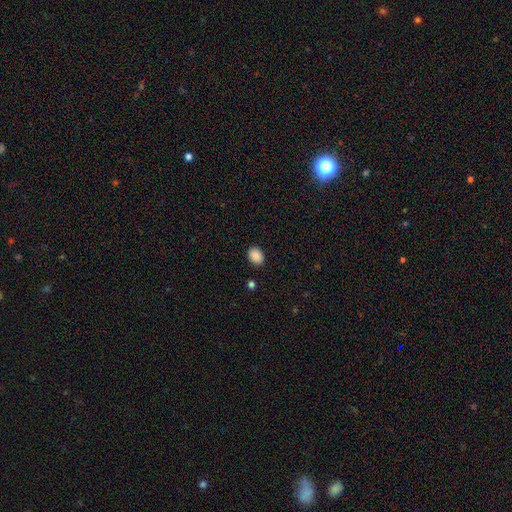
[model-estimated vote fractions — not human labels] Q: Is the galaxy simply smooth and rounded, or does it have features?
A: smooth — 88%.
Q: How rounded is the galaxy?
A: in between — 68%.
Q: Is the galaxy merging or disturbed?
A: none — 88%.